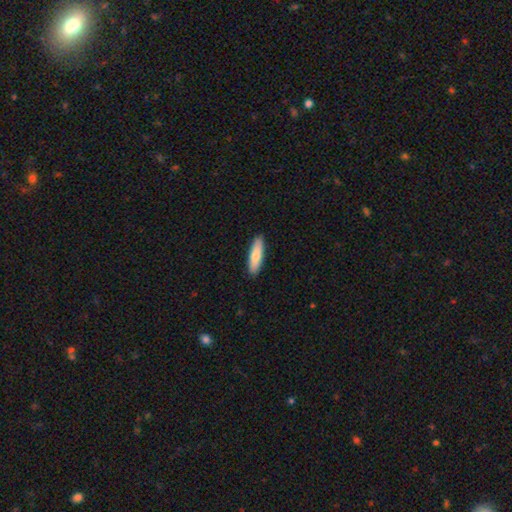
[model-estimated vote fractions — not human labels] Smooth or featured? Predicted: smooth (p=0.77). How rounded? Predicted: cigar-shaped (p=0.64). Merging? Predicted: none (p=0.90).